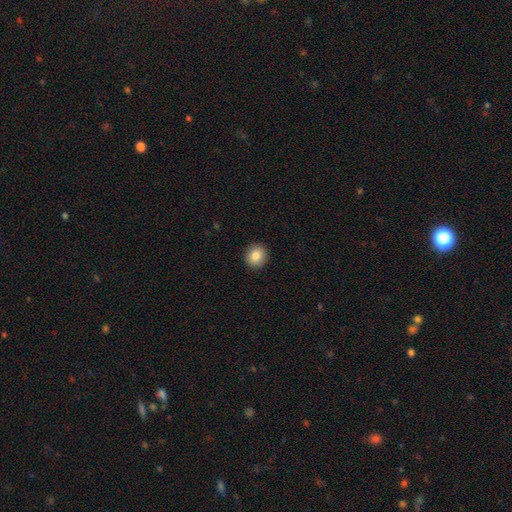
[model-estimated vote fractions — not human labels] Overall: smooth (86%). How rounded: round (85%). Merging: none (92%).